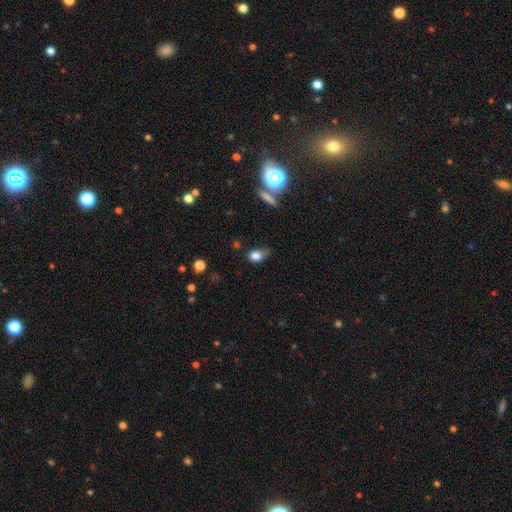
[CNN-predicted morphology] type=smooth (80%); roundness=in between (68%); merging=none (46%).